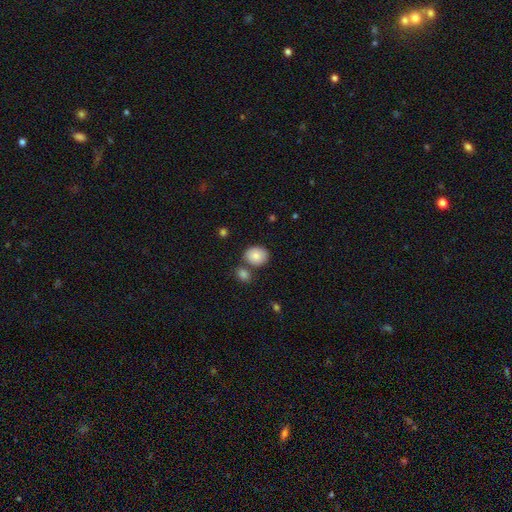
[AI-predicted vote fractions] Smooth or featured? Predicted: smooth (p=0.84). How rounded? Predicted: round (p=0.50). Merging? Predicted: none (p=0.69).